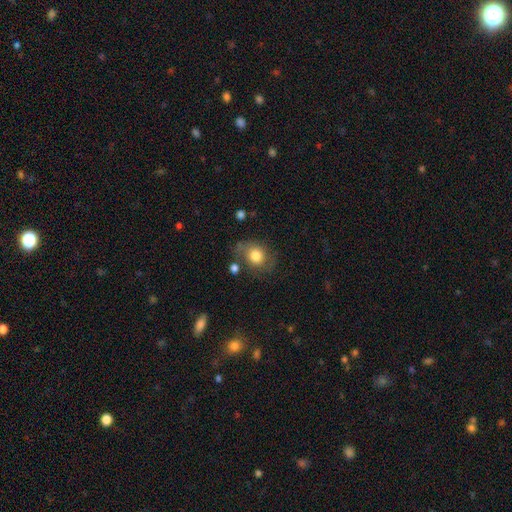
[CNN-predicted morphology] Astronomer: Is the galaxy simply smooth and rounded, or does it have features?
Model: smooth — 77%.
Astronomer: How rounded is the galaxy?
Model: round — 60% (runner-up: in between, 39%).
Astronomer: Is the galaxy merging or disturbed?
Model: none — 63%.